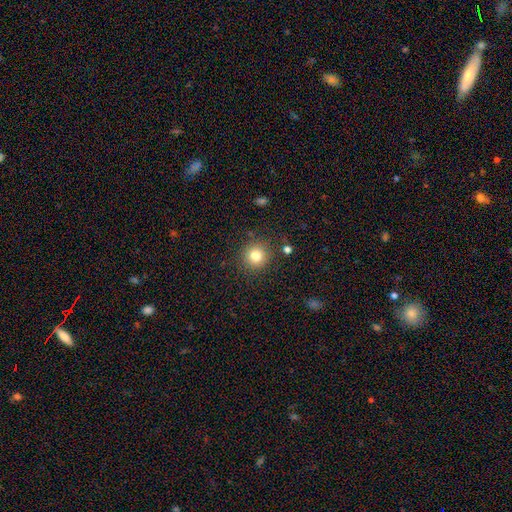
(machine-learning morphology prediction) smooth-or-featured: smooth: 80% | star or artifact: 12% | featured or disk: 7%
  how-rounded: round: 93% | in between: 6% | cigar-shaped: 1%
  merging: none: 87% | minor disturbance: 7% | major disturbance: 3% | merger: 2%